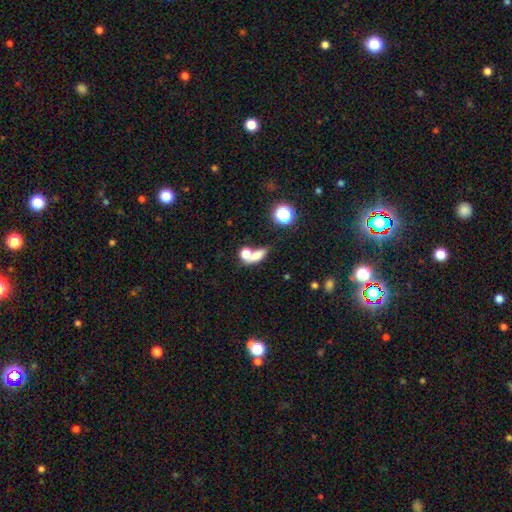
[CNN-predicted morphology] A smooth galaxy with no disk features (72%) that is in between round and cigar-shaped (62%). Merging: merger (45%).